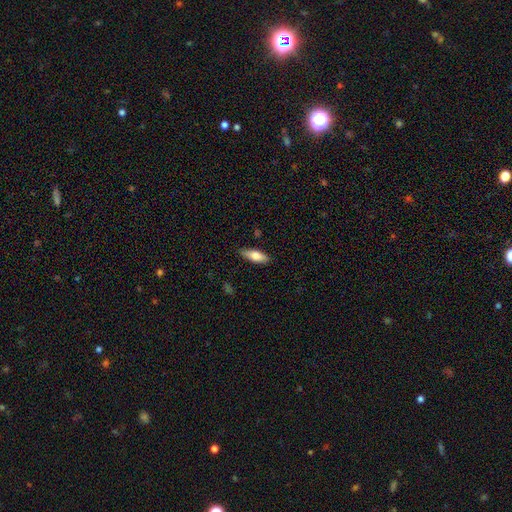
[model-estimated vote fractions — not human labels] A smooth galaxy with no disk features (70%) that is in between round and cigar-shaped (64%).

Vote fractions:
- Smooth or featured? smooth: 70% / featured or disk: 24% / star or artifact: 6%
- How rounded? in between: 64% / cigar-shaped: 33% / round: 2%
- Merging? none: 85% / minor disturbance: 12% / major disturbance: 2% / merger: 1%